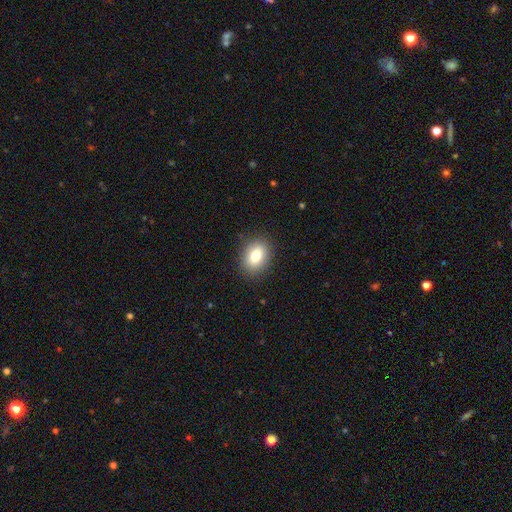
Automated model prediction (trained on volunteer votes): Smooth or featured? smooth (79%)
How rounded? in between (64%)
Merging? none (88%)